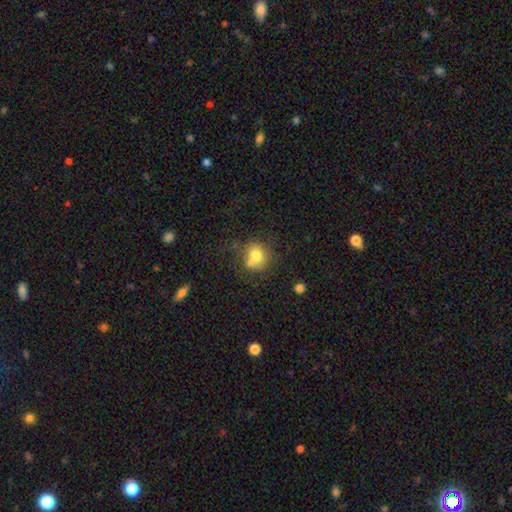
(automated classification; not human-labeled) Overall: smooth (74%). How rounded: round (76%). Merging: none (49%; merger 29%).